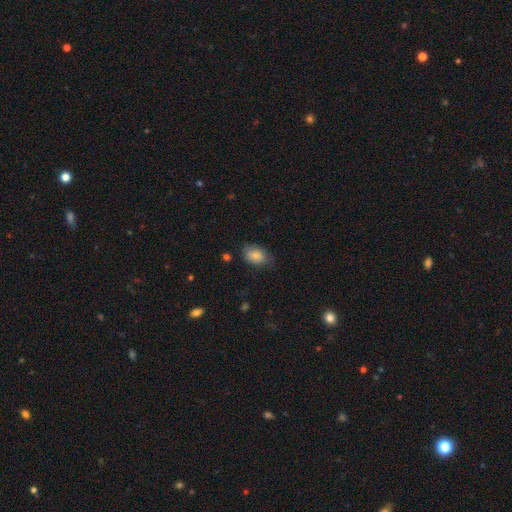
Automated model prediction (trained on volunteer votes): Smooth or featured? smooth (83%)
How rounded? in between (81%)
Merging? none (65%)